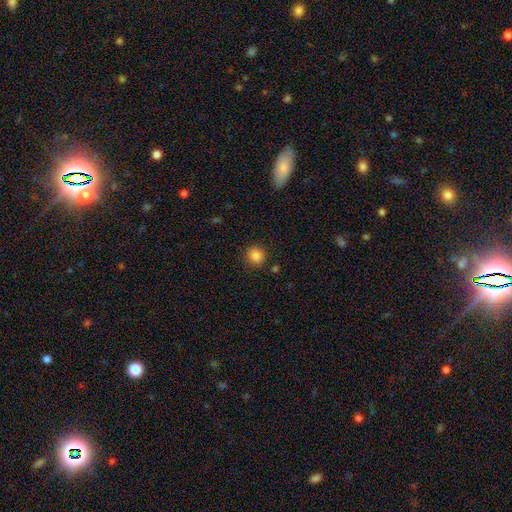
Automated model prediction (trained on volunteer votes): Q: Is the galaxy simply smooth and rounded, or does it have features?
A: smooth — 86%.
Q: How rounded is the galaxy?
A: round — 91%.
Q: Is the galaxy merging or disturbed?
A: none — 88%.